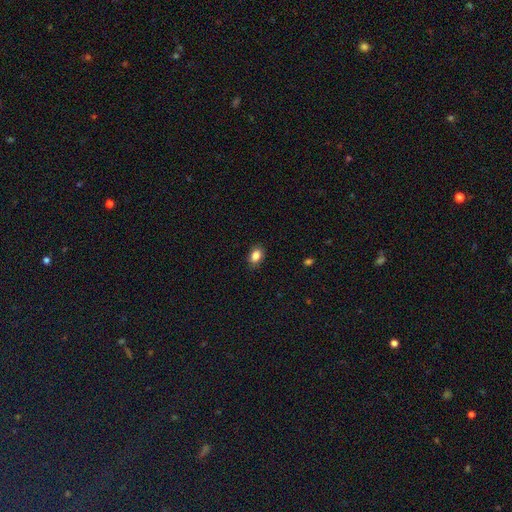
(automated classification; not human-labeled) Smooth or featured? smooth (86%)
How rounded? in between (82%)
Merging? none (86%)